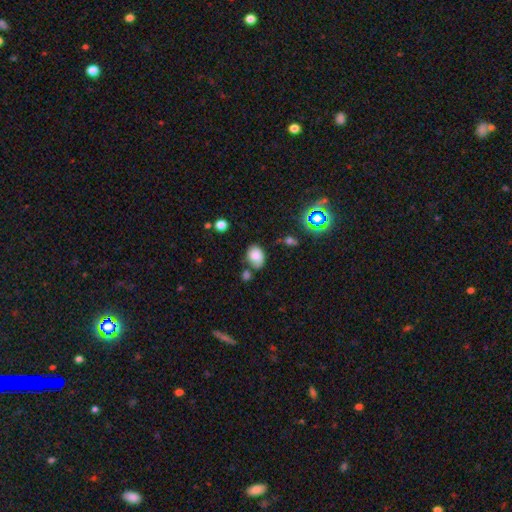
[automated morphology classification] Q: Smooth or featured?
A: smooth (76%); runner-up: star or artifact (13%)
Q: How rounded?
A: in between (68%); runner-up: round (31%)
Q: Merging?
A: none (56%); runner-up: minor disturbance (23%)